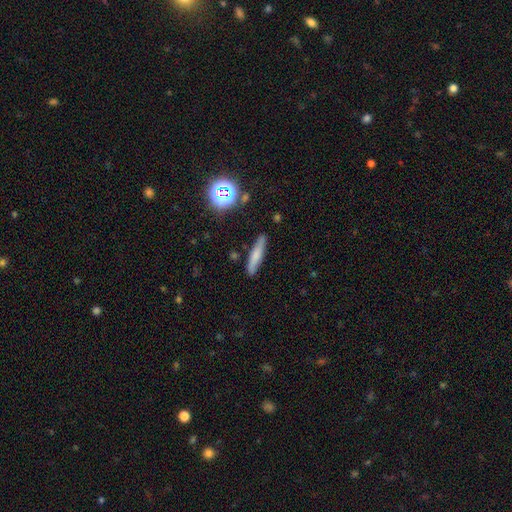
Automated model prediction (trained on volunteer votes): Smooth or featured: smooth — 65% (featured or disk — 25%)
How rounded: cigar-shaped — 87% (in between — 11%)
Merging: none — 85% (minor disturbance — 11%)